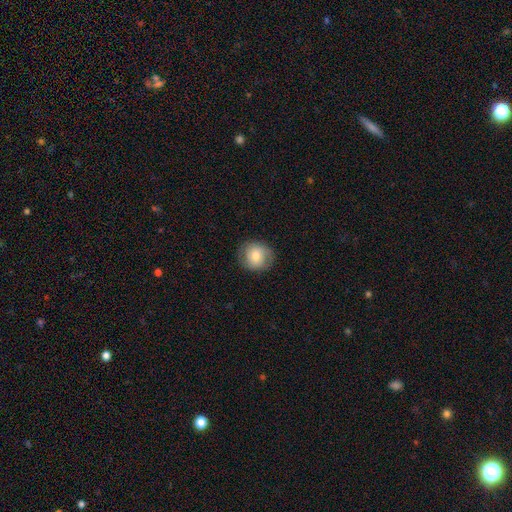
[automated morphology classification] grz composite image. It shows a smooth galaxy with no disk features (69%) that is round (82%). Merging: none (83%).